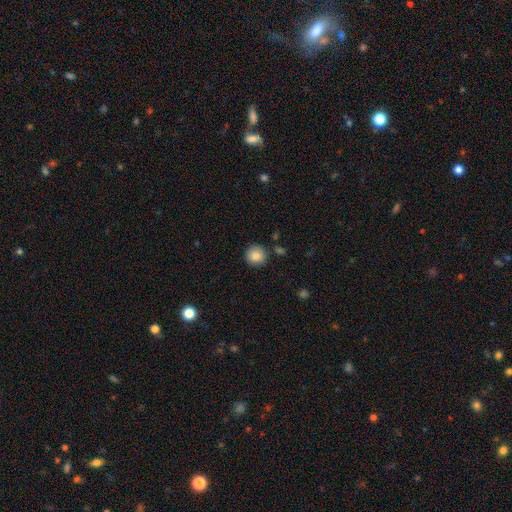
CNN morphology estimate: This appears to be a smooth galaxy with no disk features (86%) that is round (93%). Merging: none (87%).